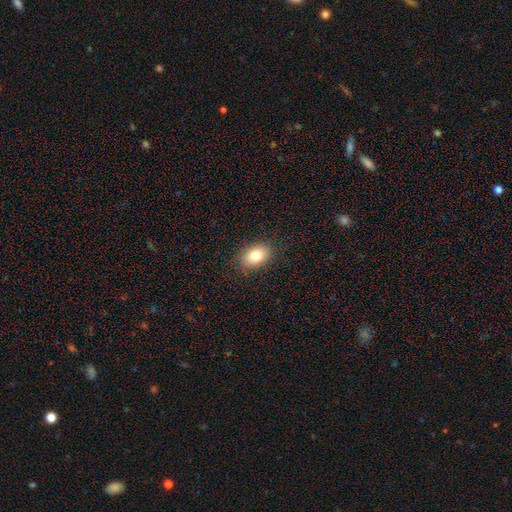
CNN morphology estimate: A smooth galaxy with no disk features (81%) that is in between round and cigar-shaped (83%).

Vote fractions:
- Smooth or featured? smooth: 81% / featured or disk: 10% / star or artifact: 9%
- How rounded? in between: 83% / round: 16% / cigar-shaped: 1%
- Merging? none: 88% / minor disturbance: 9% / major disturbance: 2% / merger: 1%